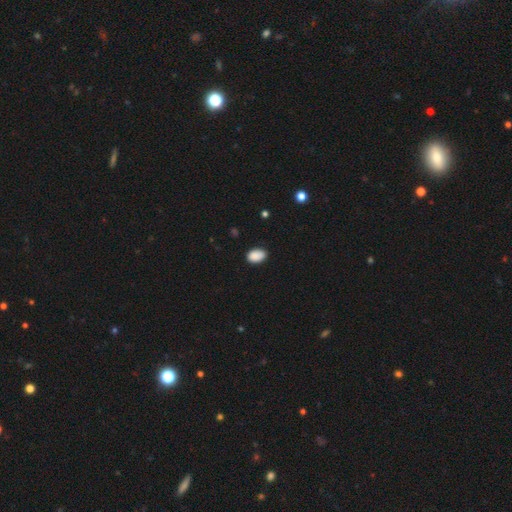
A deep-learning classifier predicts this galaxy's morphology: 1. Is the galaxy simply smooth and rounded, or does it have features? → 89% smooth, 8% star or artifact, 3% featured or disk.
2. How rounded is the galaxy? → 87% in between, 12% round, 1% cigar-shaped.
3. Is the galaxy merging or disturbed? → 82% none, 15% minor disturbance, 2% major disturbance, 1% merger.